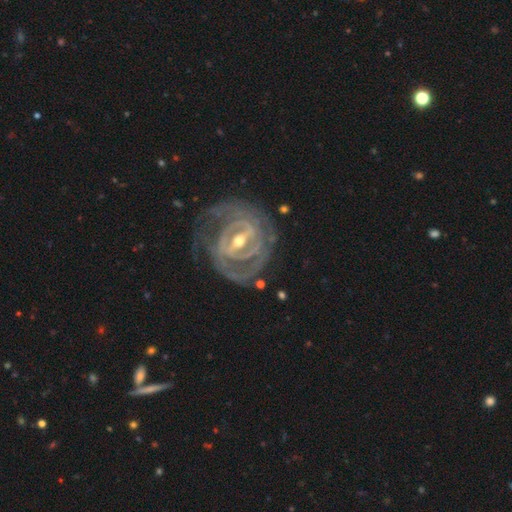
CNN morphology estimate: A featured or disk galaxy (89%) with a strong bar (61%), 2 (37%) tight (69%) spiral arms (95%) and a small central bulge (49%).

Vote fractions:
- Smooth or featured? featured or disk: 89% / star or artifact: 6% / smooth: 5%
- Edge-on disk? no: 95% / yes: 5%
- Bar? strong: 61% / weak: 30% / no: 9%
- Spiral arms? yes: 95% / no: 5%
- Spiral winding? tight: 69% / medium: 26% / loose: 5%
- Spiral arm count? 2: 37% / can't tell: 24% / 3: 19% / 4: 9% / 1: 6% / more than 4: 5%
- Bulge size? small: 49% / moderate: 46% / large: 2% / none: 1% / dominant: 1%
- Merging? none: 72% / minor disturbance: 15% / major disturbance: 11% / merger: 2%